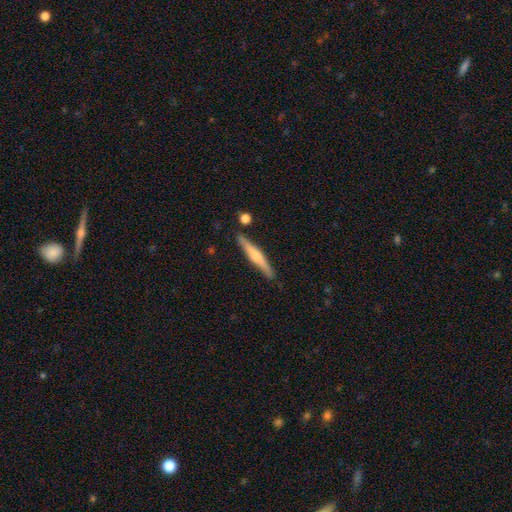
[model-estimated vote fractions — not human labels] This is possibly a featured or disk galaxy (56%). It is clearly viewed edge-on (97%). Edge-on bulge: likely rounded (75%). Merging: clearly none (86%).